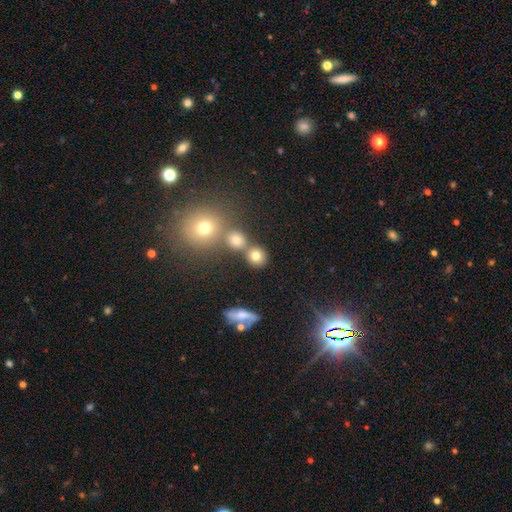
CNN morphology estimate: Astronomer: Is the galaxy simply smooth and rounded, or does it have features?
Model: smooth — 77%.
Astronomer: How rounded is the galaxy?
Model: round — 84%.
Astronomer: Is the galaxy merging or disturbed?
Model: none — 68%.